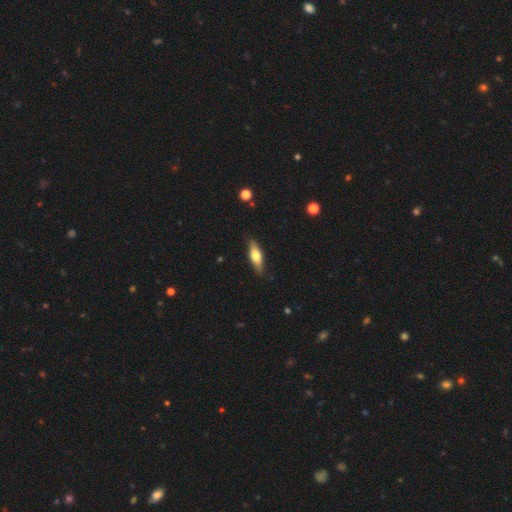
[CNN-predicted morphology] smooth_or_featured: smooth (p=0.58) [alt: featured or disk p=0.36]
how_rounded: in between (p=0.51) [alt: cigar-shaped p=0.47]
merging: none (p=0.86) [alt: minor disturbance p=0.11]